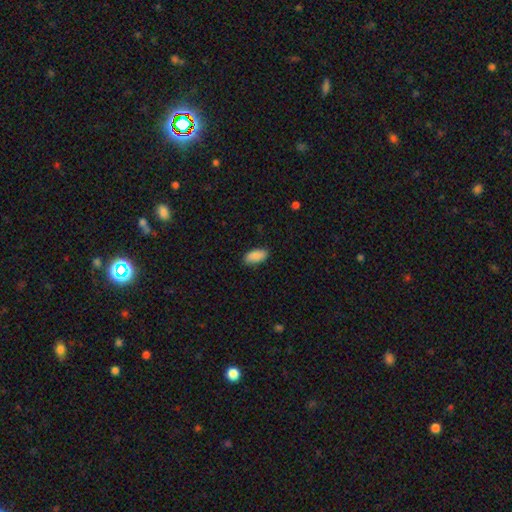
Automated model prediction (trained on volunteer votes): This appears to be a smooth galaxy with no disk features (89%) that is in between round and cigar-shaped (93%). Merging: none (86%).